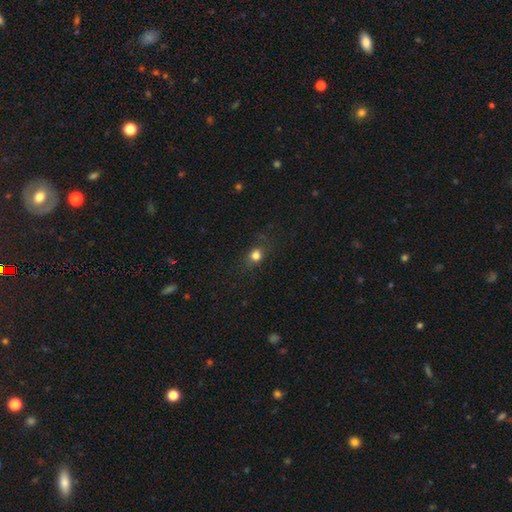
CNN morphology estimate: smooth-or-featured: smooth: 77% | star or artifact: 15% | featured or disk: 8%
  how-rounded: round: 69% | in between: 29% | cigar-shaped: 2%
  merging: none: 72% | minor disturbance: 17% | major disturbance: 9% | merger: 2%